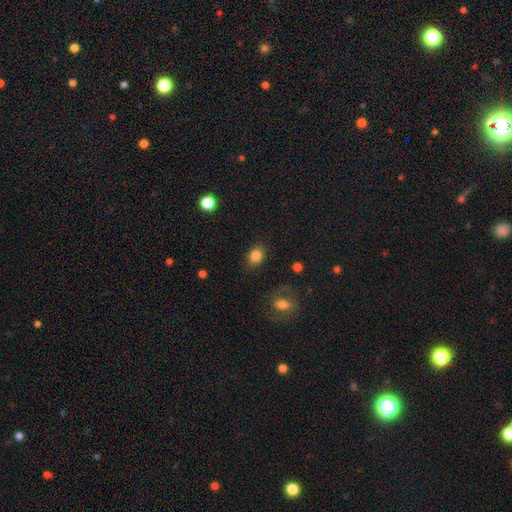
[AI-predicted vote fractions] smooth 84%, star or artifact 10%, featured or disk 6%. Down the decision tree: how rounded — in between (58%); merging — none (84%).